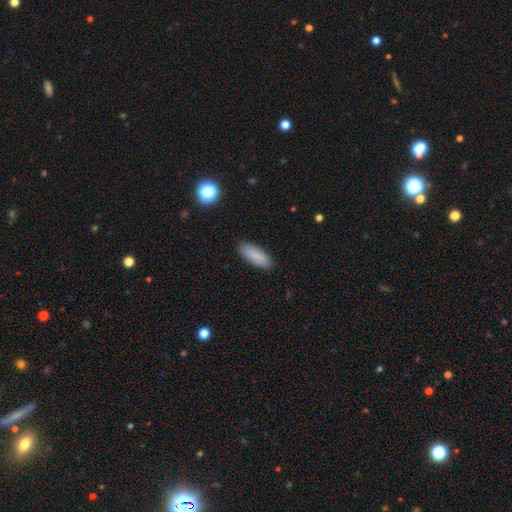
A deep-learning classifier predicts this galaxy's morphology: The model was most divided on "how rounded": in between: 73%, cigar-shaped: 25%, round: 2%. More confident: merging — none (88%); smooth or featured — smooth (84%).